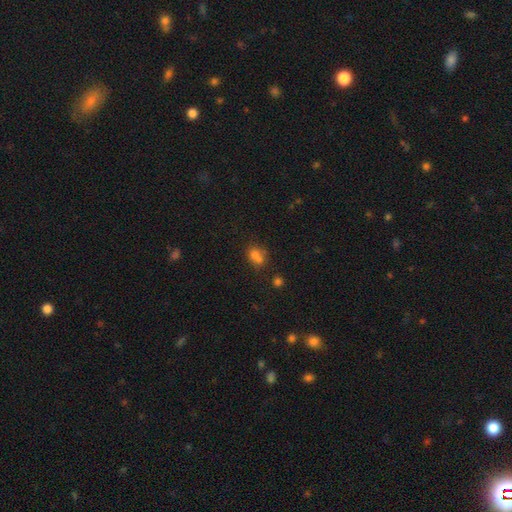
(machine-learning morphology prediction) Smooth or featured?
  - smooth: 73% *
  - star or artifact: 15%
  - featured or disk: 12%
How rounded?
  - in between: 58% *
  - round: 40%
  - cigar-shaped: 2%
Merging?
  - none: 40% *
  - merger: 37%
  - minor disturbance: 16%
  - major disturbance: 7%